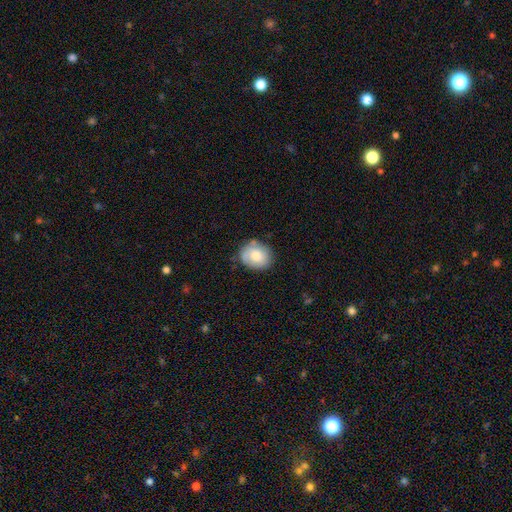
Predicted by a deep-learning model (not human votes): A smooth galaxy with no disk features (72%) that is round (62%). Merging: none (71%).